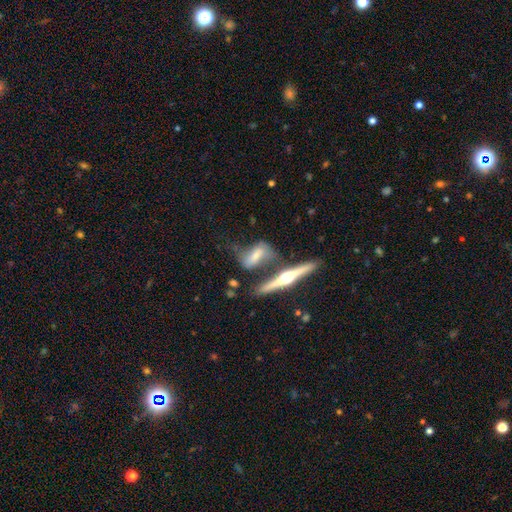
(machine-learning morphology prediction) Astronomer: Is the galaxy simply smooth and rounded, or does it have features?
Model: featured or disk — 60%.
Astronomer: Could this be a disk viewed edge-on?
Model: yes — 65%.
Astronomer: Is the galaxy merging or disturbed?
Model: none — 46% (runner-up: merger, 23%).